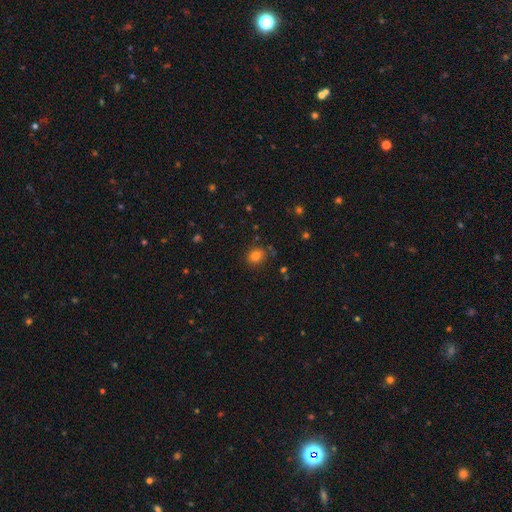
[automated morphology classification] This appears to be a smooth galaxy with no disk features (80%) that is round (74%). Merging: none (81%).